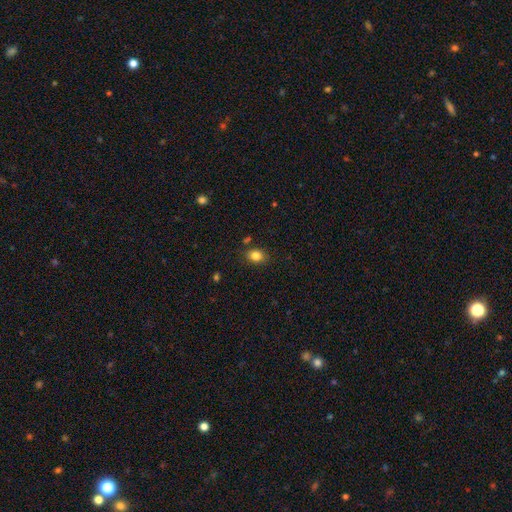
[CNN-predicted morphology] smooth 83%, star or artifact 11%, featured or disk 6%. Down the decision tree: how rounded — in between (60%); merging — none (81%).